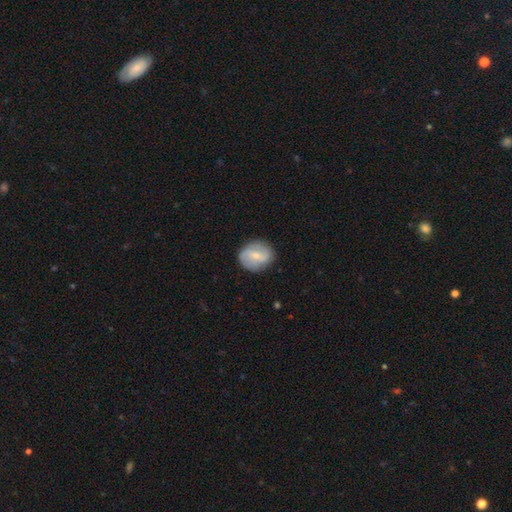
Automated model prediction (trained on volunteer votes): This is possibly a featured or disk galaxy (58%). It is clearly not viewed edge-on (97%). Bar: possibly weak (48%). Spiral arm pattern: likely yes (78%). Central bulge: likely small (69%). Merging: clearly none (81%).